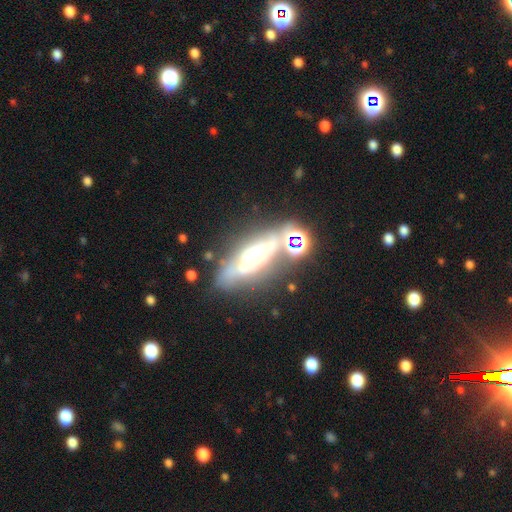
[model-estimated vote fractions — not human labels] The model was most divided on "edge-on disk": no: 55%, yes: 45%. More confident: smooth or featured — featured or disk (63%); merging — none (58%).